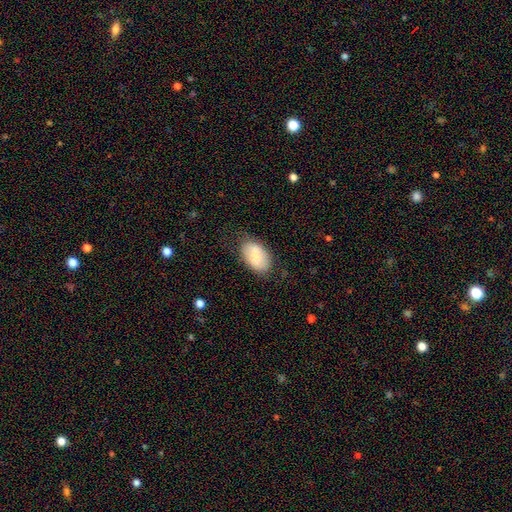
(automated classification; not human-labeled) Q: Smooth or featured?
A: smooth (74%); runner-up: featured or disk (20%)
Q: How rounded?
A: in between (92%); runner-up: round (6%)
Q: Merging?
A: none (75%); runner-up: minor disturbance (19%)